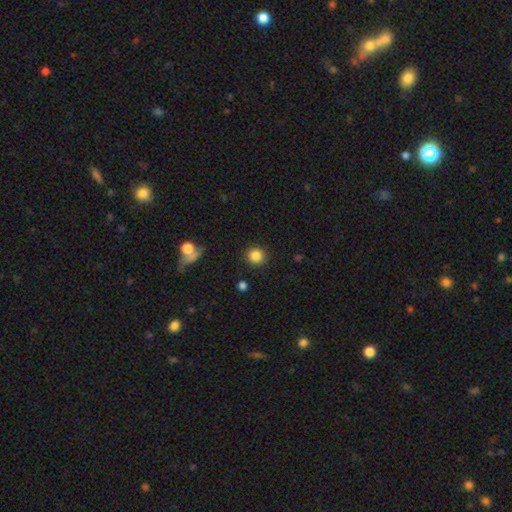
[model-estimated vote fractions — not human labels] Smooth or featured? Predicted: smooth (p=0.85). How rounded? Predicted: round (p=0.92). Merging? Predicted: none (p=0.90).